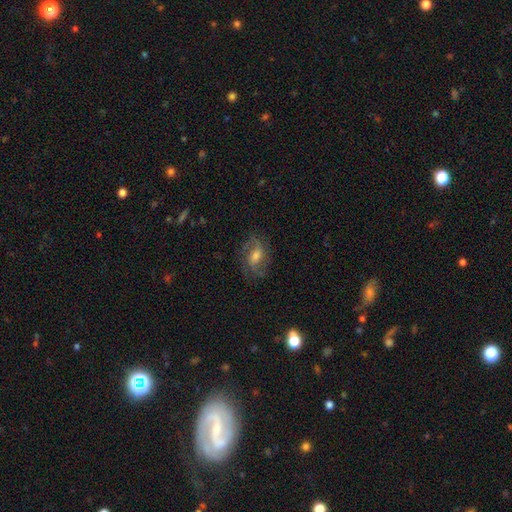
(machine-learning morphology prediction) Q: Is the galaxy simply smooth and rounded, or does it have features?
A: featured or disk — 73%.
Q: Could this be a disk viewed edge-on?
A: no — 96%.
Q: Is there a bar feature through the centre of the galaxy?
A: weak — 47%.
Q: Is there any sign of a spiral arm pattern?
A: yes — 92%.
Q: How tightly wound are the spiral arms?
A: medium — 49%.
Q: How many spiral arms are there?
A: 2 — 56%.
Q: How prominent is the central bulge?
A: moderate — 56%.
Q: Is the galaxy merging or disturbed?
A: none — 73%.